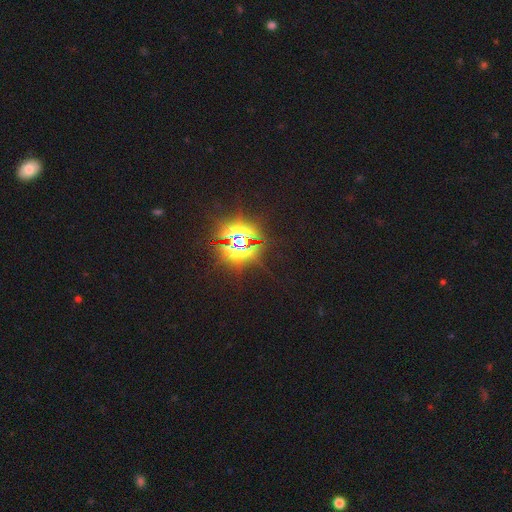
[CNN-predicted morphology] This appears to be a star or artifact, not a galaxy (85%).